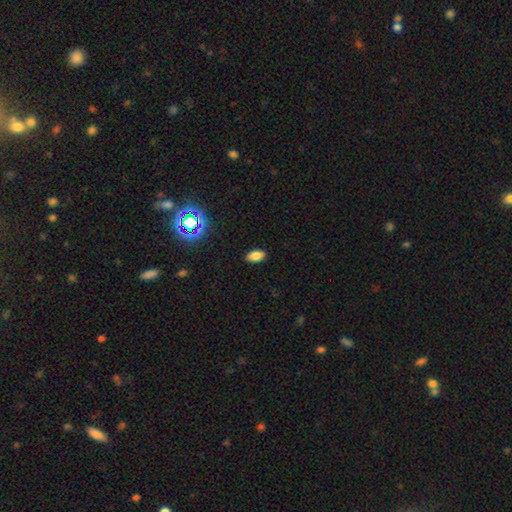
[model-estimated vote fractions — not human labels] Smooth or featured? Predicted: smooth (p=0.83). How rounded? Predicted: in between (p=0.92). Merging? Predicted: none (p=0.88).